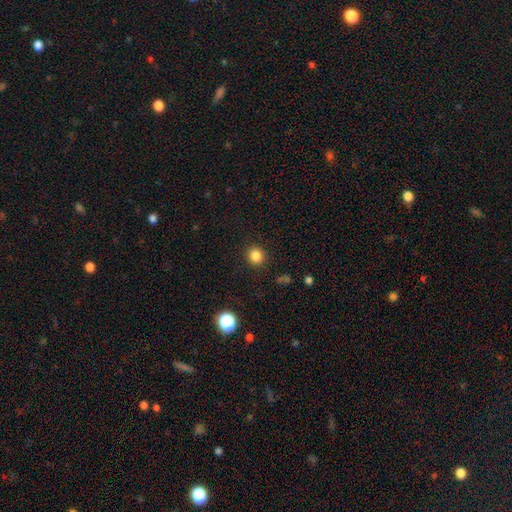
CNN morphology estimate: Q: Smooth or featured?
A: smooth (84%); runner-up: star or artifact (12%)
Q: How rounded?
A: round (87%); runner-up: in between (12%)
Q: Merging?
A: none (90%); runner-up: minor disturbance (6%)